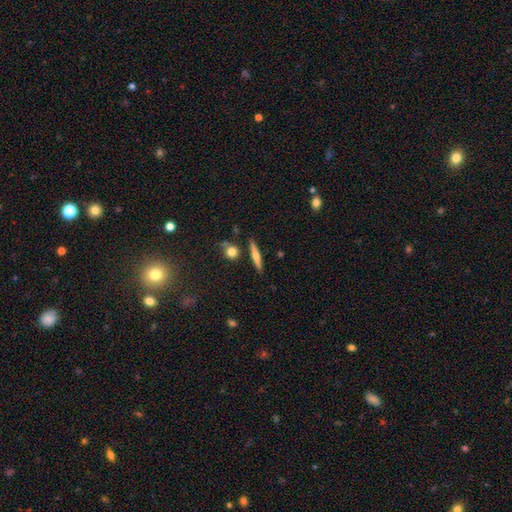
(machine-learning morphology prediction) A smooth galaxy with no disk features (47%). Merging: none (84%).